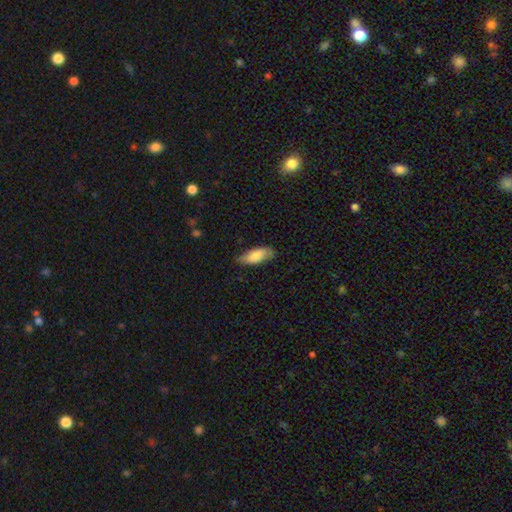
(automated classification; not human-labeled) Q: Smooth or featured?
A: smooth (80%); runner-up: featured or disk (14%)
Q: How rounded?
A: in between (79%); runner-up: cigar-shaped (19%)
Q: Merging?
A: none (72%); runner-up: minor disturbance (23%)